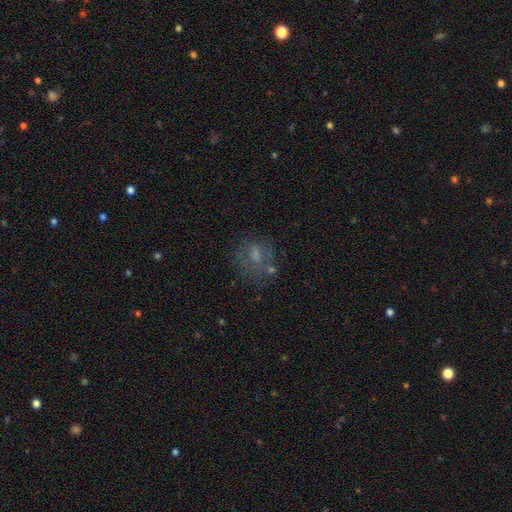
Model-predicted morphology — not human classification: A smooth galaxy with no disk features (47%). Merging: none (54%).